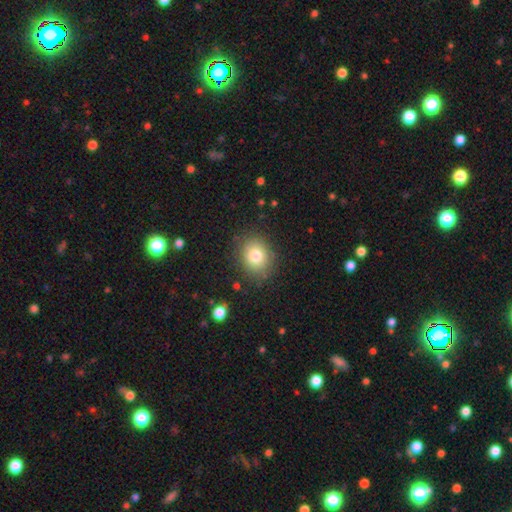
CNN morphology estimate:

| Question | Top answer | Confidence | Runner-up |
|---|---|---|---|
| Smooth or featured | smooth | 80% | star or artifact (10%) |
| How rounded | round | 62% | in between (37%) |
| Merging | none | 84% | minor disturbance (11%) |